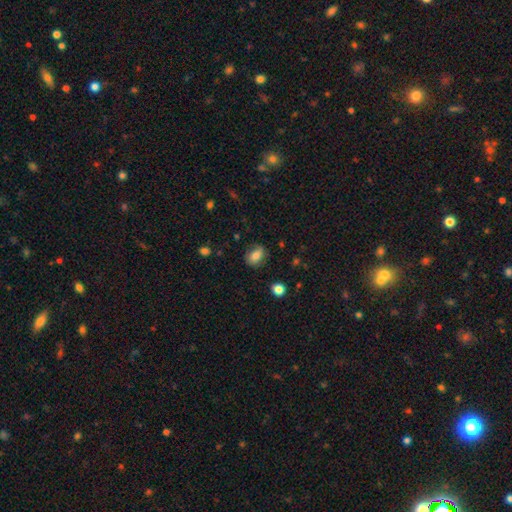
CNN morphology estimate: Overall: smooth (76%). How rounded: in between (65%; round 34%). Merging: none (76%).